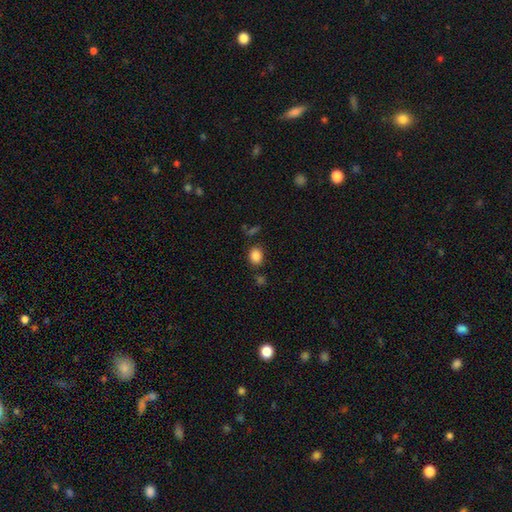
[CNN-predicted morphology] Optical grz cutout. It shows a smooth galaxy with no disk features (86%) that is in between round and cigar-shaped (57%). Merging: none (77%).